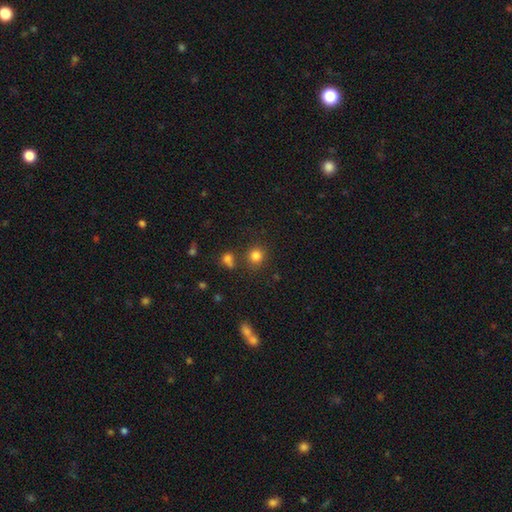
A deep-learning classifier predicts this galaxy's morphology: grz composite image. It shows a smooth galaxy with no disk features (81%) that is round (87%). Merging: none (79%).